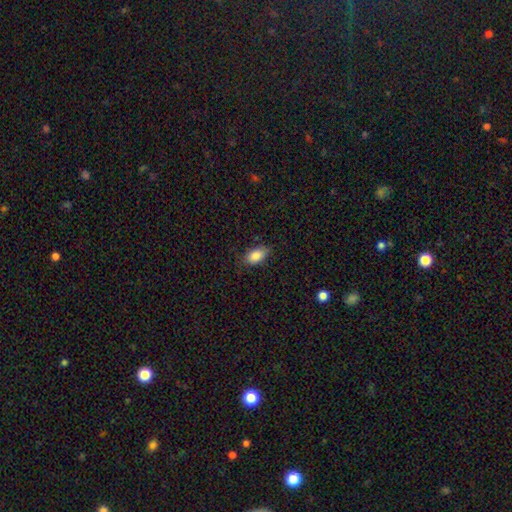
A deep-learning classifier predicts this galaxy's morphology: This is clearly a smooth galaxy (86%). How rounded: clearly in between (91%). Merging: clearly none (81%).